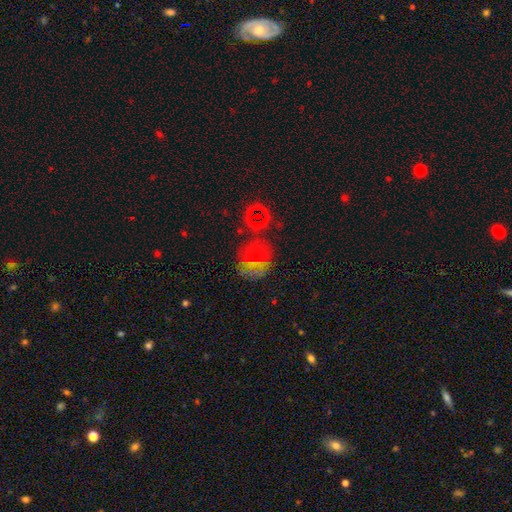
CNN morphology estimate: Q: Smooth or featured?
A: star or artifact (43%); runner-up: smooth (29%)